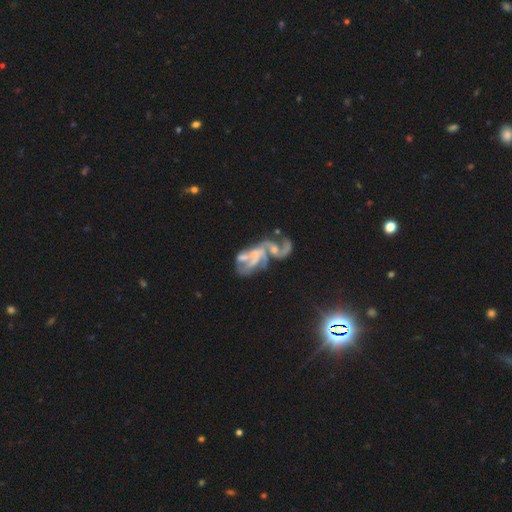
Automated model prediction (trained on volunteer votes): Smooth or featured?
  - featured or disk: 77% *
  - smooth: 12%
  - star or artifact: 11%
Edge-on disk?
  - no: 97% *
  - yes: 3%
Bar?
  - no: 66% *
  - weak: 25%
  - strong: 8%
Spiral arms?
  - yes: 71% *
  - no: 29%
Spiral winding?
  - loose: 47% *
  - medium: 38%
  - tight: 15%
Spiral arm count?
  - 2: 27% * (tied)
  - 3: 27% * (tied)
  - can't tell: 24%
  - 4: 11%
  - 1: 7%
  - more than 4: 5%
Bulge size?
  - none: 38% *
  - small: 34%
  - moderate: 23%
  - large: 4%
  - dominant: 2%
Merging?
  - merger: 55% *
  - major disturbance: 23%
  - none: 14%
  - minor disturbance: 8%